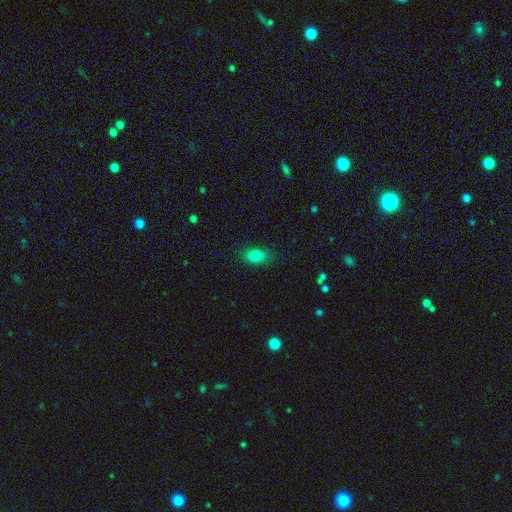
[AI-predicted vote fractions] smooth-or-featured: smooth: 82% | star or artifact: 10% | featured or disk: 8%
  how-rounded: in between: 83% | round: 14% | cigar-shaped: 3%
  merging: none: 84% | minor disturbance: 12% | major disturbance: 3% | merger: 1%